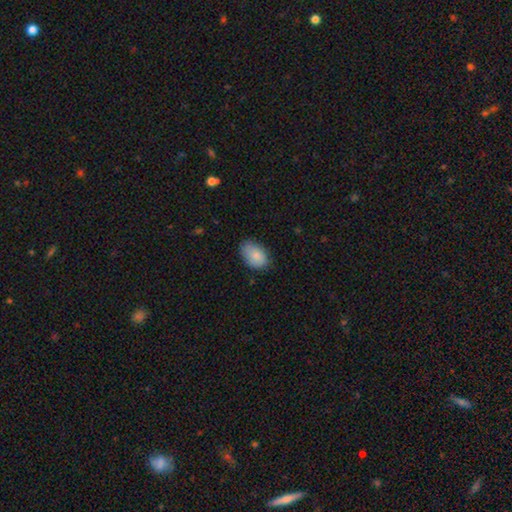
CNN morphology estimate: smooth_or_featured: smooth (p=0.85) [alt: featured or disk p=0.08]
how_rounded: in between (p=0.90) [alt: round p=0.09]
merging: none (p=0.73) [alt: minor disturbance p=0.22]